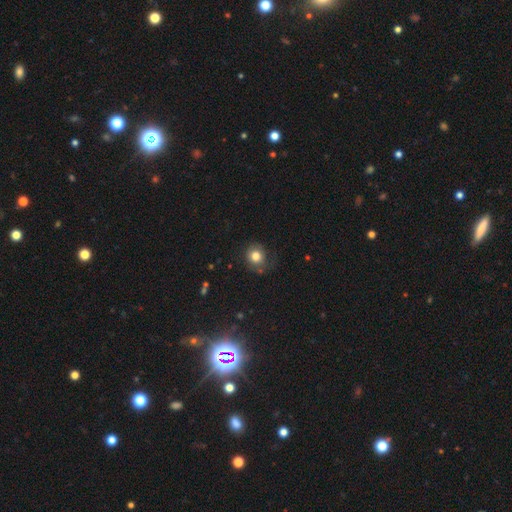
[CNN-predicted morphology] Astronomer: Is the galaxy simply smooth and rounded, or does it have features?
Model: smooth — 79%.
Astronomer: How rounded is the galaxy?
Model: round — 81%.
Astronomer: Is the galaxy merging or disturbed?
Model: none — 70%.